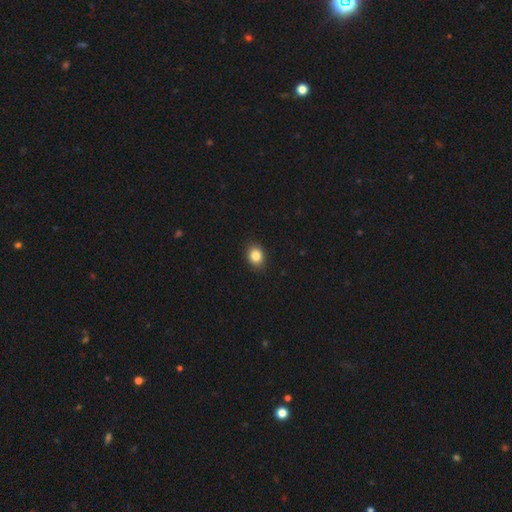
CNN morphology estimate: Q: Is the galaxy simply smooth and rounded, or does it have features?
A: smooth — 85%.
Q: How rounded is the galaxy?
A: round — 50%.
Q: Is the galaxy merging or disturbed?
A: none — 90%.